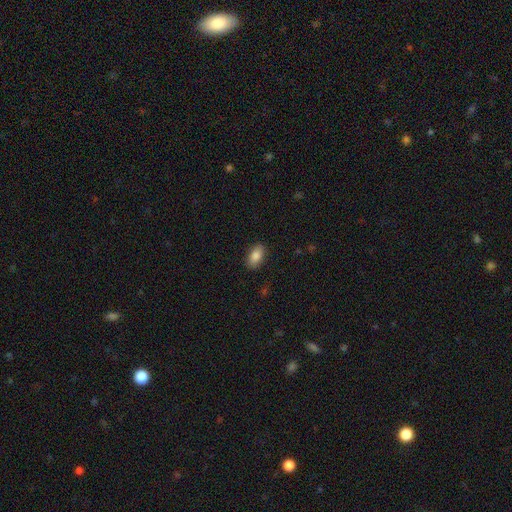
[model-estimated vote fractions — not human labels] Q: Smooth or featured?
A: smooth (86%); runner-up: star or artifact (7%)
Q: How rounded?
A: in between (92%); runner-up: round (5%)
Q: Merging?
A: none (88%); runner-up: minor disturbance (9%)